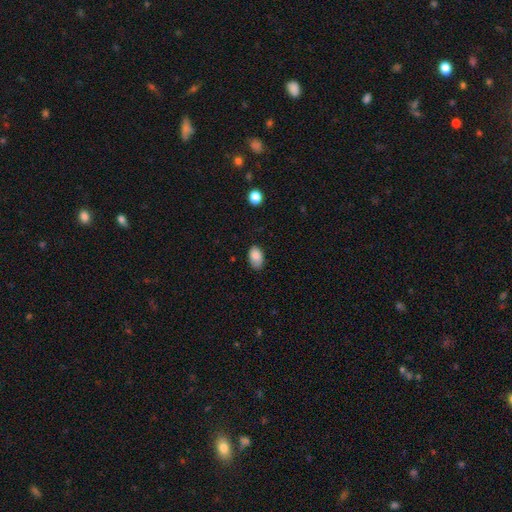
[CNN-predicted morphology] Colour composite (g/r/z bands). It shows a smooth galaxy with no disk features (85%) that is in between round and cigar-shaped (90%). Merging: none (70%).